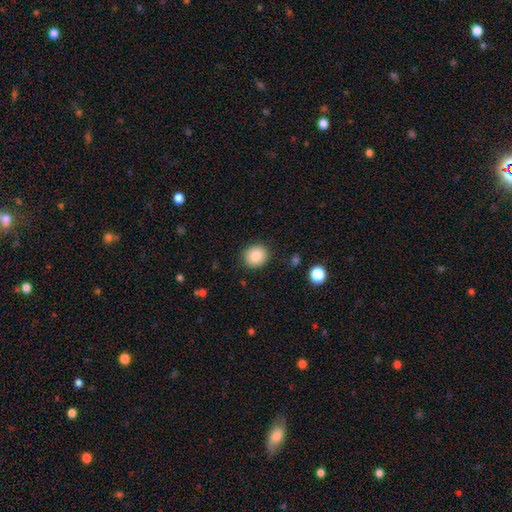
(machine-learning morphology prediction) smooth_or_featured: smooth (p=0.85) [alt: star or artifact p=0.09]
how_rounded: round (p=0.84) [alt: in between p=0.15]
merging: none (p=0.89) [alt: minor disturbance p=0.08]